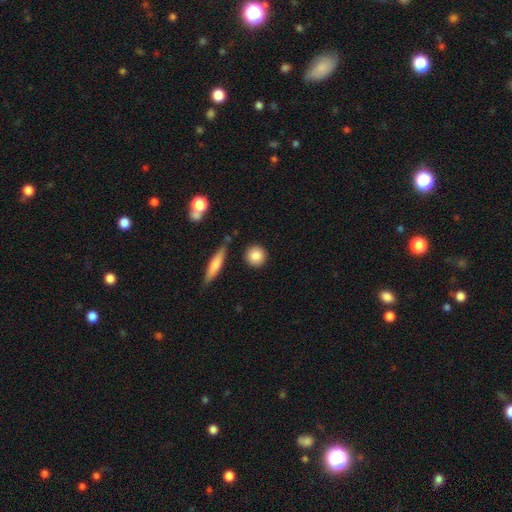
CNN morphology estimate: Q: Smooth or featured?
A: smooth (85%); runner-up: featured or disk (8%)
Q: How rounded?
A: round (89%); runner-up: in between (8%)
Q: Merging?
A: none (86%); runner-up: minor disturbance (8%)